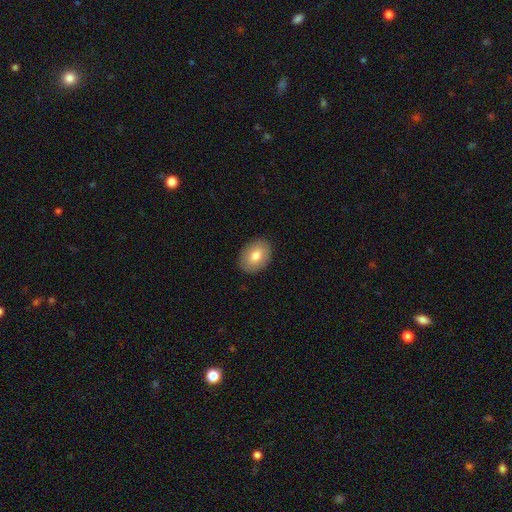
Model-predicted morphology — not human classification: Smooth or featured: smooth — 76% (featured or disk — 17%)
How rounded: in between — 77% (round — 22%)
Merging: none — 89% (minor disturbance — 8%)